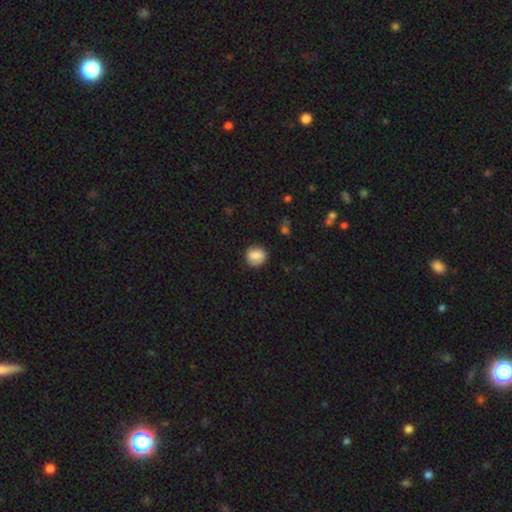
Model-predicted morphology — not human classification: Smooth or featured? smooth (80%)
How rounded? round (78%)
Merging? none (79%)